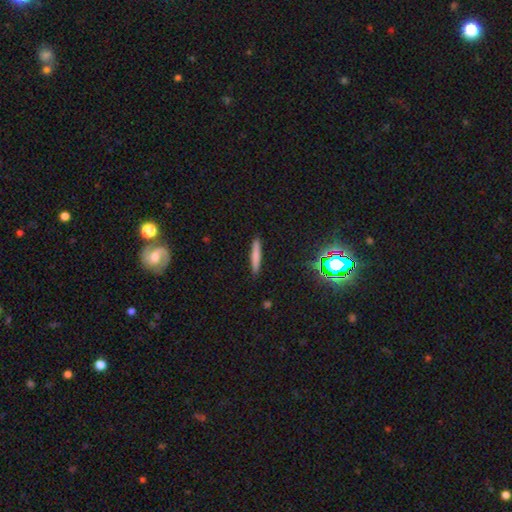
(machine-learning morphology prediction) Smooth or featured? smooth (75%)
How rounded? cigar-shaped (92%)
Merging? none (89%)